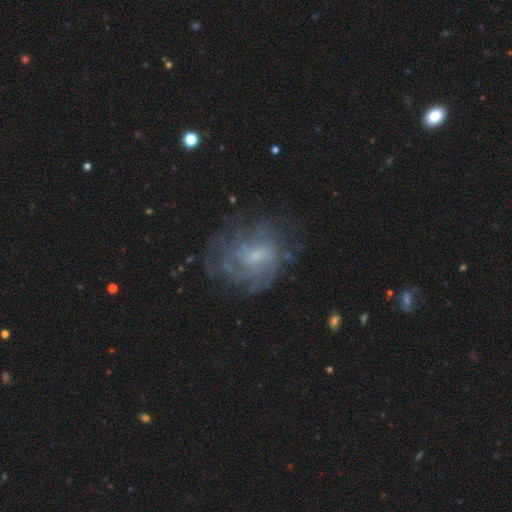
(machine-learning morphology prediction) This appears to be a featured or disk galaxy (75%) with a weak bar (50%), tight (49%) spiral arms (81%) and a small central bulge (50%). Merging: none (63%).